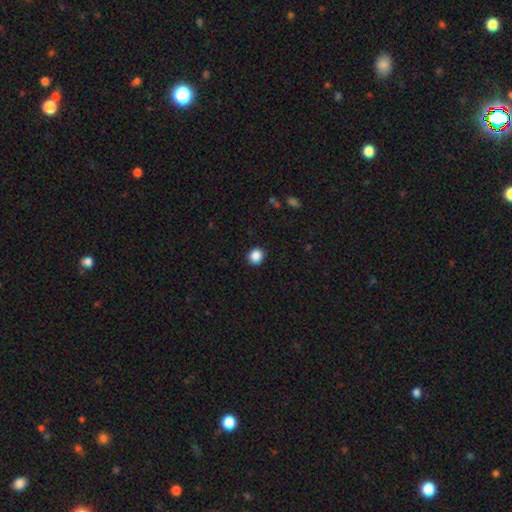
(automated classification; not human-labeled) Smooth or featured: smooth — 87% (star or artifact — 10%)
How rounded: round — 86% (in between — 13%)
Merging: none — 92% (minor disturbance — 6%)